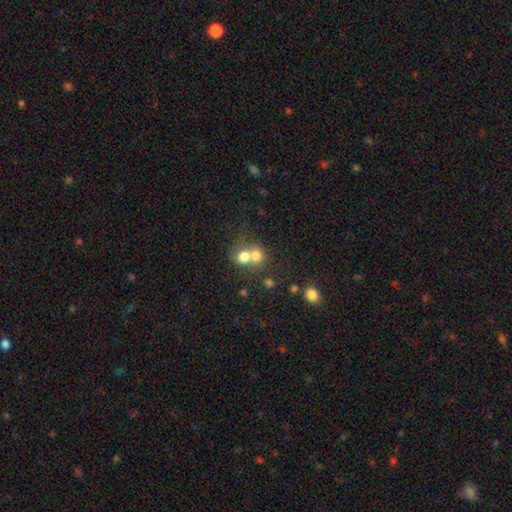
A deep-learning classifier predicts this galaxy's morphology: Q: Smooth or featured?
A: smooth (72%); runner-up: featured or disk (17%)
Q: How rounded?
A: round (69%); runner-up: in between (30%)
Q: Merging?
A: merger (67%); runner-up: none (24%)